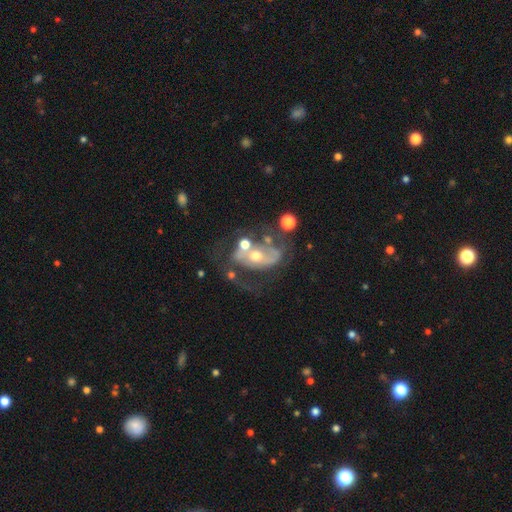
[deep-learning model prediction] featured or disk 74%, smooth 16%, star or artifact 9%. Down the decision tree: edge-on disk — no (96%); bar — no (60%); spiral arms — yes (67%); bulge size — moderate (63%); merging — none (35%).